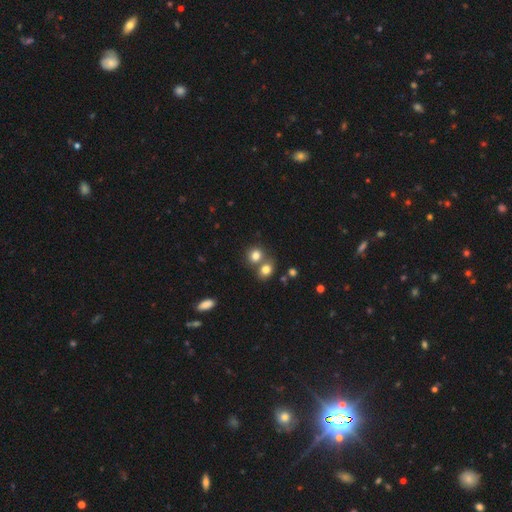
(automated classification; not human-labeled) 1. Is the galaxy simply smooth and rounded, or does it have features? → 79% smooth, 12% star or artifact, 9% featured or disk.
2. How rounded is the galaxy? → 71% round, 28% in between, 1% cigar-shaped.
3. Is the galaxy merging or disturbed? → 45% none, 44% merger, 8% minor disturbance, 3% major disturbance.